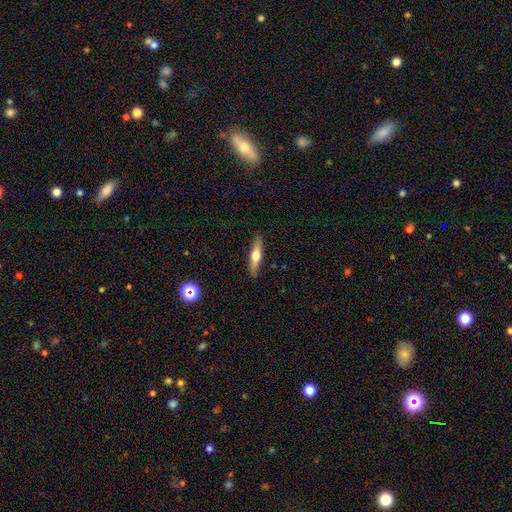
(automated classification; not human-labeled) Smooth or featured? Predicted: featured or disk (p=0.49). Merging? Predicted: none (p=0.89).